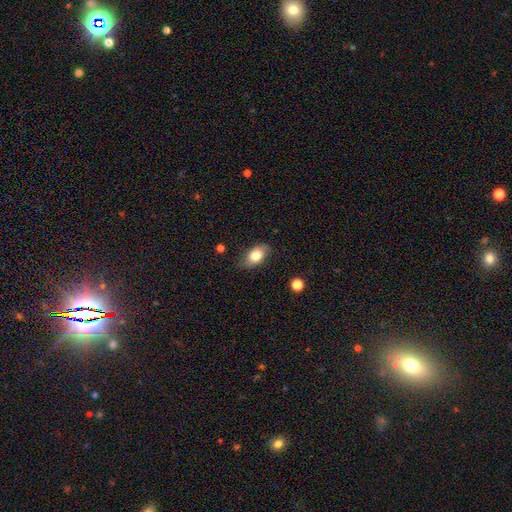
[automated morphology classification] Smooth or featured?
  - smooth: 79% *
  - featured or disk: 14%
  - star or artifact: 7%
How rounded?
  - in between: 89% *
  - round: 8%
  - cigar-shaped: 3%
Merging?
  - none: 79% *
  - minor disturbance: 16%
  - major disturbance: 3%
  - merger: 1%